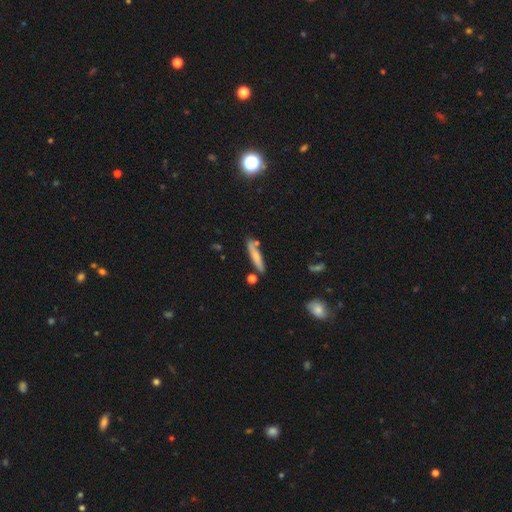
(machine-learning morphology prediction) Q: Smooth or featured?
A: smooth (66%); runner-up: featured or disk (28%)
Q: How rounded?
A: cigar-shaped (87%); runner-up: in between (11%)
Q: Merging?
A: none (76%); runner-up: minor disturbance (14%)